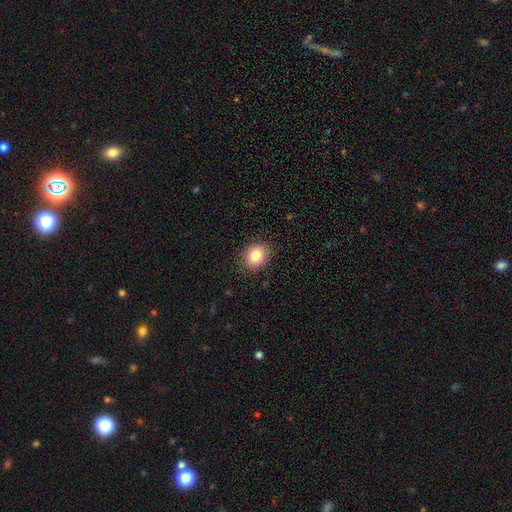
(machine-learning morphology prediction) Smooth or featured?
  - smooth: 83% *
  - star or artifact: 10%
  - featured or disk: 7%
How rounded?
  - round: 64% *
  - in between: 35%
  - cigar-shaped: 1%
Merging?
  - none: 89% *
  - minor disturbance: 8%
  - major disturbance: 2%
  - merger: 1%